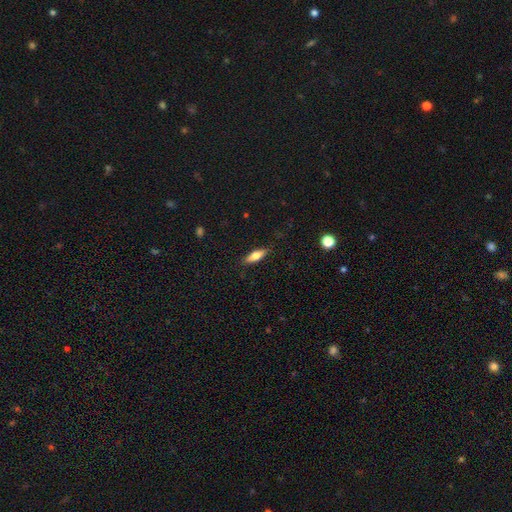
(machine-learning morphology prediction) A smooth galaxy with no disk features (60%) that is in between round and cigar-shaped (49%, tied with cigar-shaped).

Vote fractions:
- Smooth or featured? smooth: 60% / featured or disk: 34% / star or artifact: 7%
- How rounded? in between: 49% (tied) / cigar-shaped: 49% (tied) / round: 3%
- Merging? none: 87% / minor disturbance: 10% / major disturbance: 2% / merger: 1%